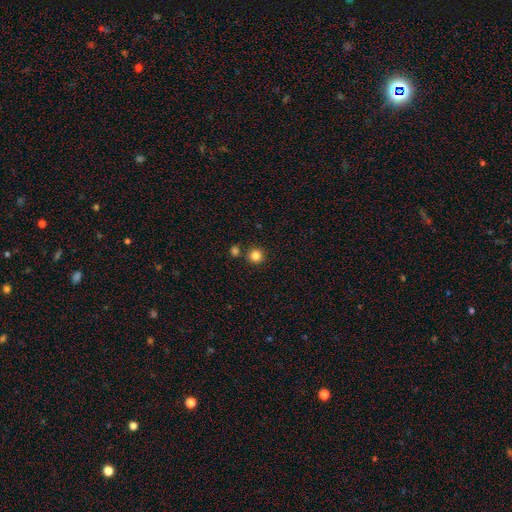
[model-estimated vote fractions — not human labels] smooth 83%, star or artifact 12%, featured or disk 4%. Down the decision tree: how rounded — round (94%); merging — none (83%).